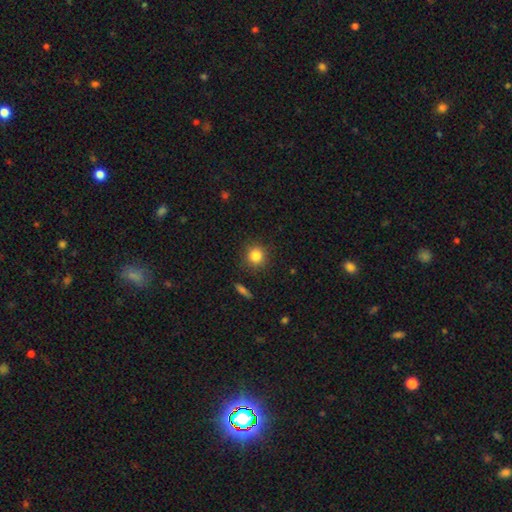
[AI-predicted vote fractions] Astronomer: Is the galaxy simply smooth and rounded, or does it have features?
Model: smooth — 84%.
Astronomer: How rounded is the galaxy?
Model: round — 91%.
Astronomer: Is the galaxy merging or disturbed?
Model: none — 88%.